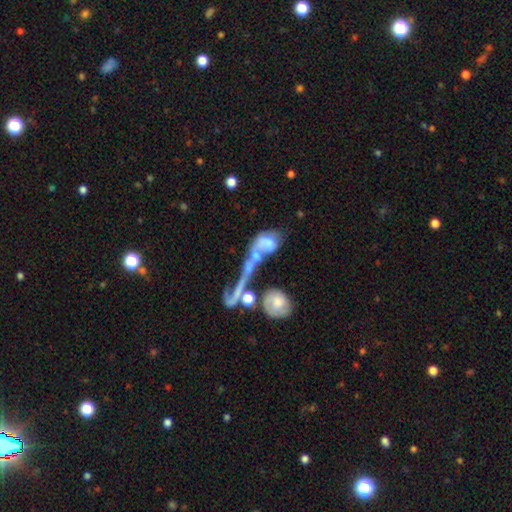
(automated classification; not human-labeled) Smooth or featured? featured or disk (44%)
Merging? merger (62%)